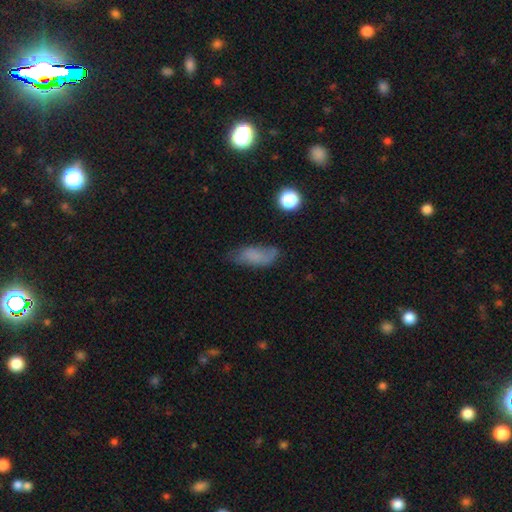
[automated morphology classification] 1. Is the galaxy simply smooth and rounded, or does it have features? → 67% smooth, 21% featured or disk, 12% star or artifact.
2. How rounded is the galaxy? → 80% in between, 15% cigar-shaped, 4% round.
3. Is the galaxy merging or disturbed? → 56% none, 29% minor disturbance, 12% major disturbance, 3% merger.